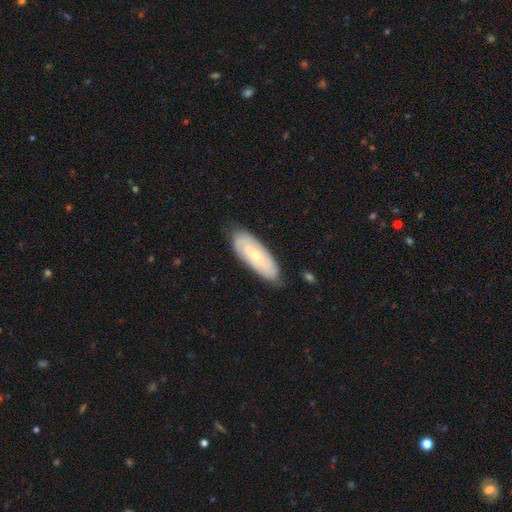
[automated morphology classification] Smooth or featured?
  - featured or disk: 60% *
  - smooth: 34%
  - star or artifact: 6%
Edge-on disk?
  - no: 86% *
  - yes: 14%
Bar?
  - no: 70% *
  - weak: 23%
  - strong: 7%
Spiral arms?
  - yes: 80% *
  - no: 20%
Bulge size?
  - small: 67% *
  - moderate: 29%
  - none: 1%
  - large: 1%
  - dominant: 1%
Merging?
  - none: 78% *
  - minor disturbance: 17%
  - major disturbance: 3%
  - merger: 1%